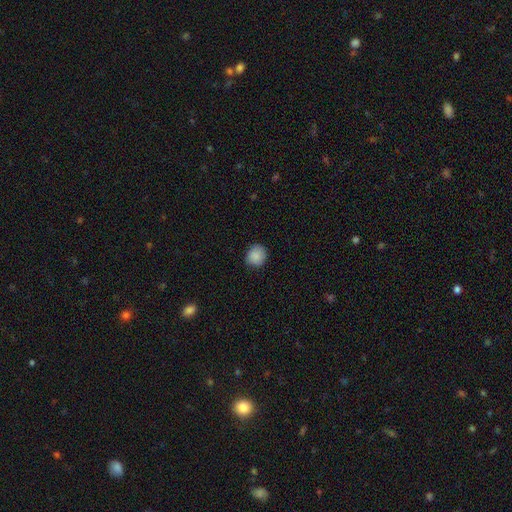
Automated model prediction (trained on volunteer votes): A smooth galaxy with no disk features (88%) that is round (87%). Merging: none (87%).